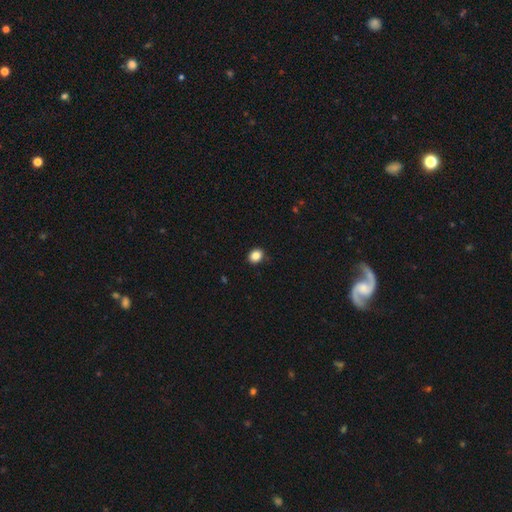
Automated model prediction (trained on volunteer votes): Smooth or featured: smooth — 85% (star or artifact — 10%)
How rounded: round — 60% (in between — 39%)
Merging: none — 89% (minor disturbance — 8%)